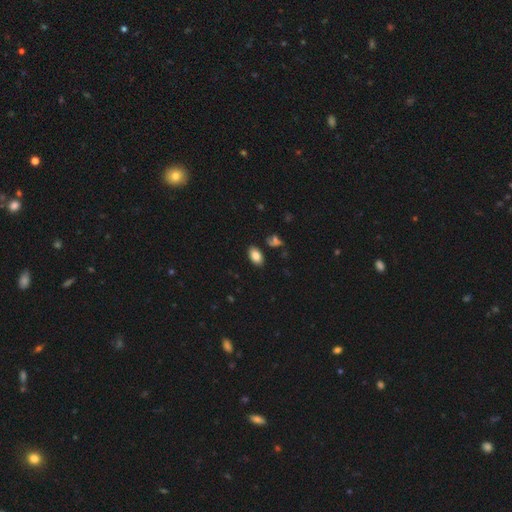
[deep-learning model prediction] smooth-or-featured: smooth: 84% | star or artifact: 9% | featured or disk: 7%
  how-rounded: in between: 92% | round: 6% | cigar-shaped: 2%
  merging: none: 83% | minor disturbance: 11% | merger: 3% | major disturbance: 2%